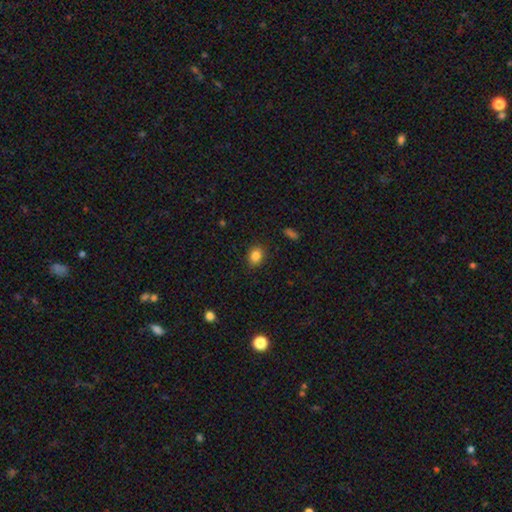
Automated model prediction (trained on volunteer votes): This is clearly a smooth galaxy (84%). How rounded: possibly in between (51%). Merging: clearly none (88%).